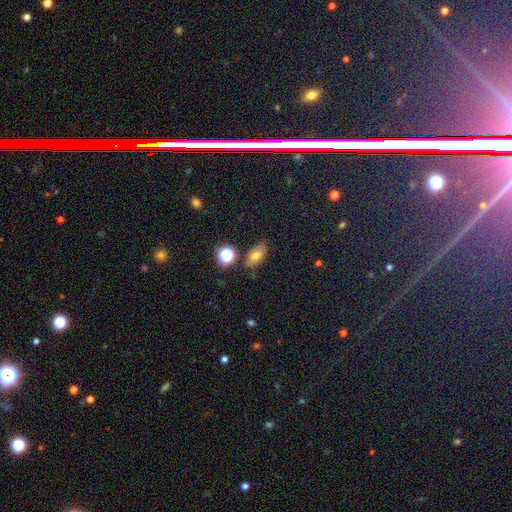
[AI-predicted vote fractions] This is likely a smooth galaxy (65%). How rounded: clearly in between (83%). Merging: likely none (77%).